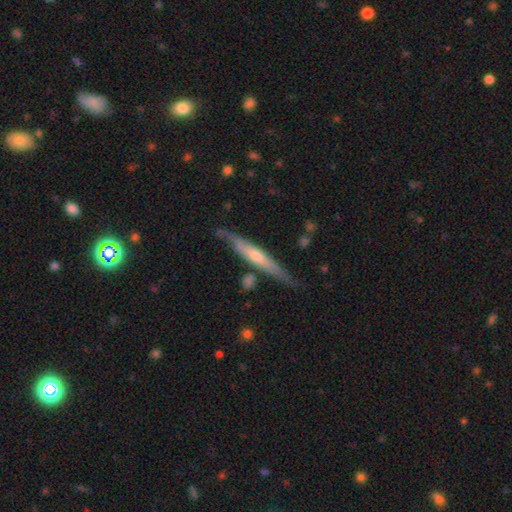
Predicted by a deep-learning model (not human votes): This appears to be a featured or disk galaxy (62%) viewed edge-on (90%) with a rounded central bulge (58%). Merging: none (76%).